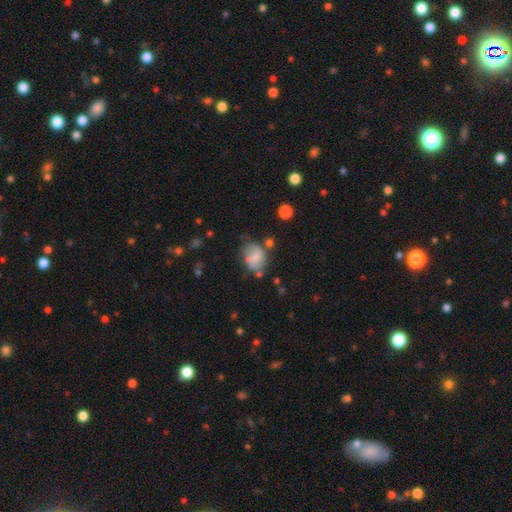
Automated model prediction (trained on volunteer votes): This is possibly a smooth galaxy (59%). How rounded: possibly in between (58%). Merging: possibly none (50%).